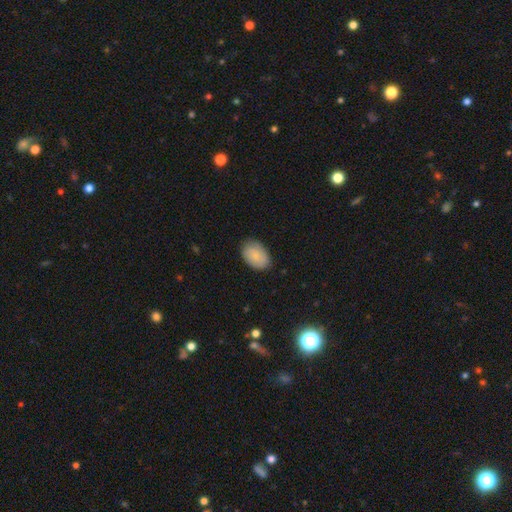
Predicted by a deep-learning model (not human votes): Morphology: type=smooth (79%); roundness=in between (86%); merging=none (83%).